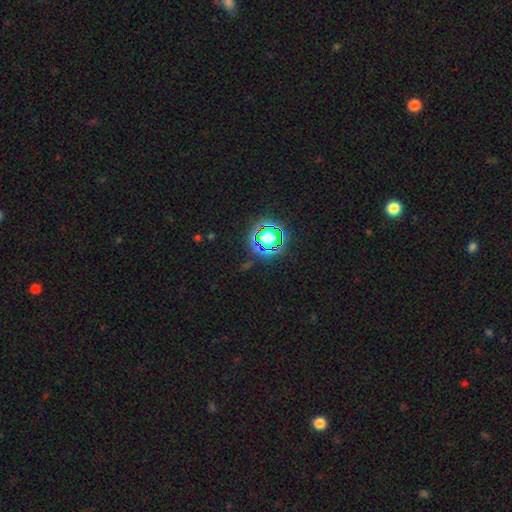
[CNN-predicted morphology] This appears to be a star or artifact, not a galaxy (79%).